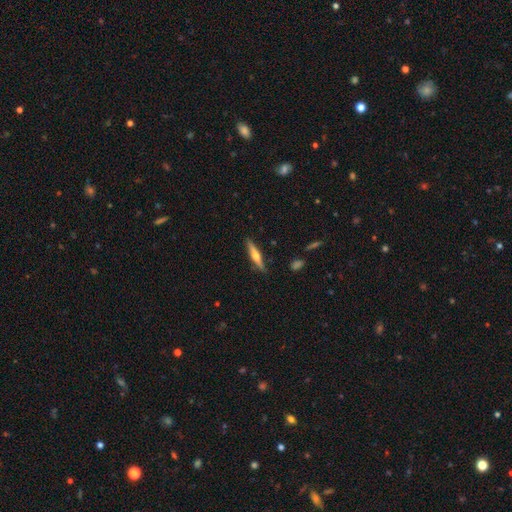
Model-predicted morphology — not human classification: This is likely a featured or disk galaxy (62%). It is clearly viewed edge-on (97%). Edge-on bulge: clearly rounded (93%). Merging: clearly none (88%).